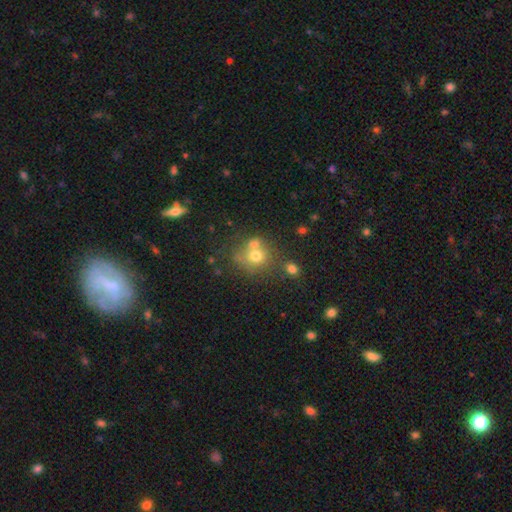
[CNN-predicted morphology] type=smooth (68%); roundness=round (78%); merging=none (46%).